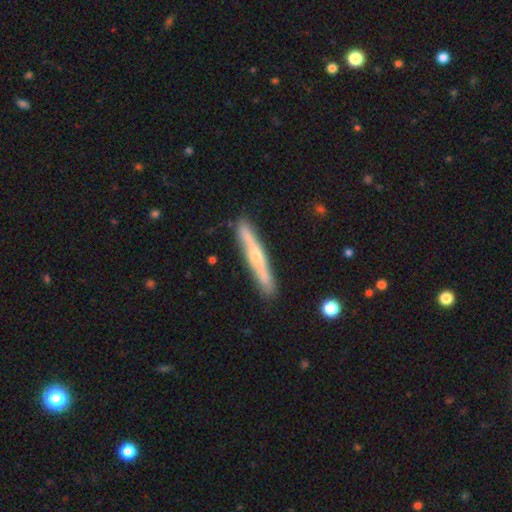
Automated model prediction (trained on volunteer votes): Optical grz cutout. It shows a featured or disk galaxy (61%) viewed edge-on (94%) with a rounded central bulge (80%). Merging: none (87%).